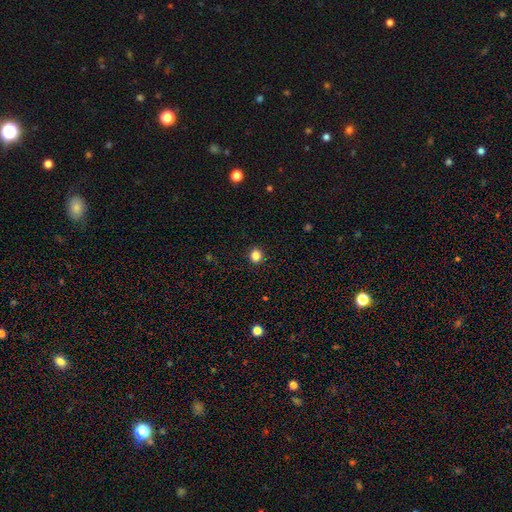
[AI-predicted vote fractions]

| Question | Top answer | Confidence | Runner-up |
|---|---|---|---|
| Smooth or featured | smooth | 85% | star or artifact (12%) |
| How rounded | round | 85% | in between (14%) |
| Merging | none | 91% | minor disturbance (6%) |